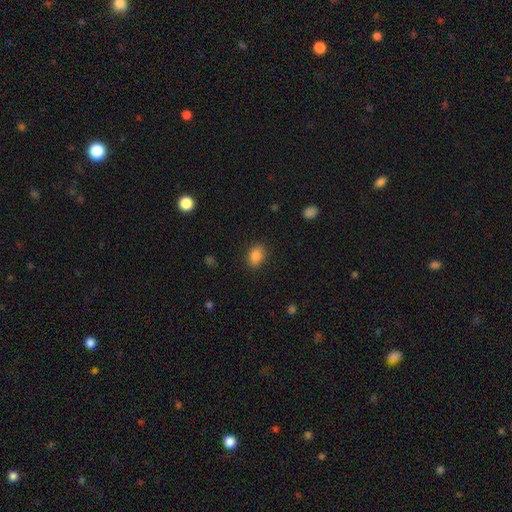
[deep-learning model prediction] Morphology: type=smooth (86%); roundness=in between (77%); merging=none (84%).